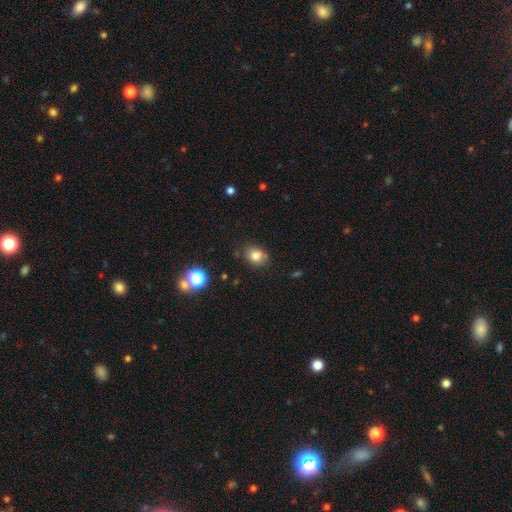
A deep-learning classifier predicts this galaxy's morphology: Overall: smooth (78%). How rounded: in between (51%; round 48%). Merging: none (75%).